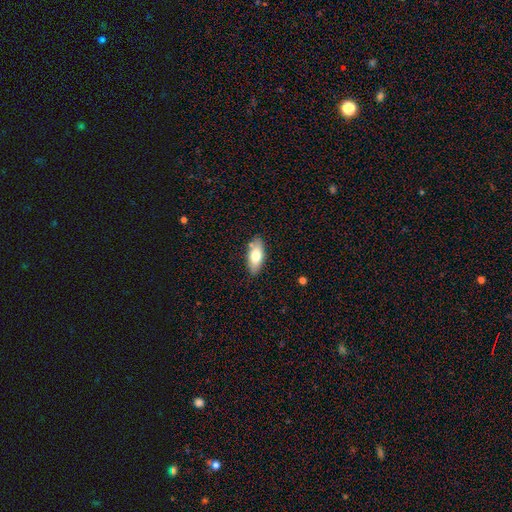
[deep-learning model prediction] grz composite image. It shows a smooth galaxy with no disk features (73%) that is in between round and cigar-shaped (85%). Merging: none (83%).